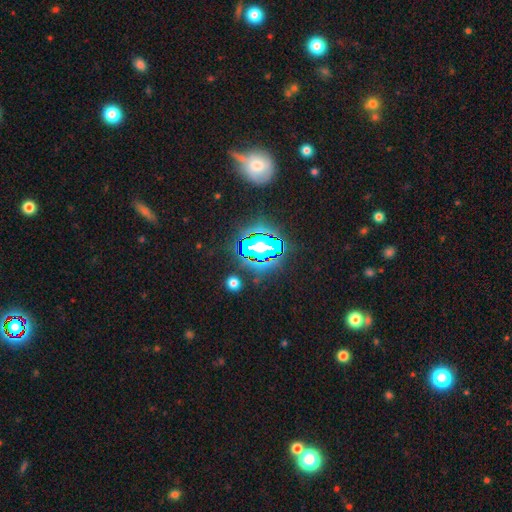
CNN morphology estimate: star or artifact 78%, smooth 13%, featured or disk 9%.